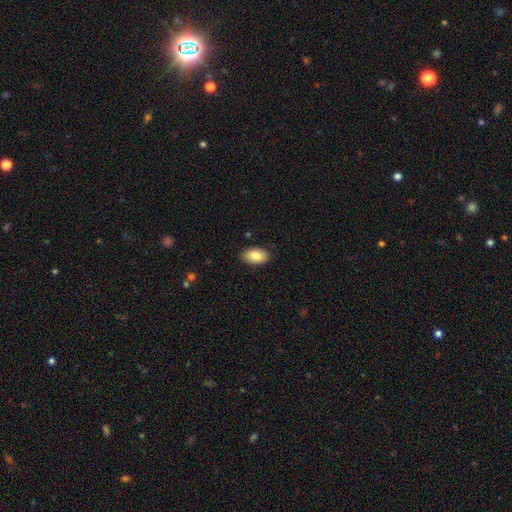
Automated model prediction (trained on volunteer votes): Smooth or featured? Predicted: smooth (p=0.86). How rounded? Predicted: in between (p=0.94). Merging? Predicted: none (p=0.87).